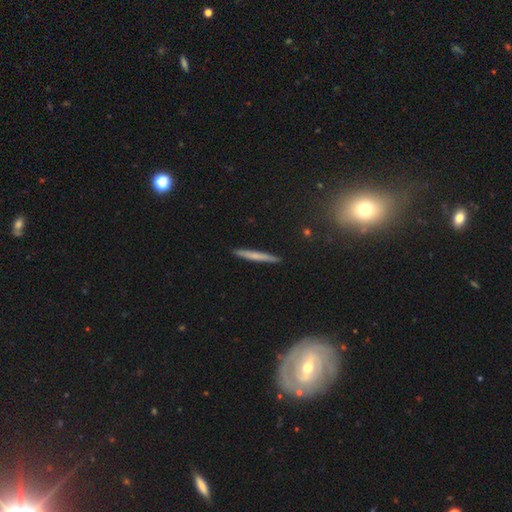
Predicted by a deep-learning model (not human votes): Smooth or featured?
  - smooth: 58% *
  - featured or disk: 35%
  - star or artifact: 7%
How rounded?
  - cigar-shaped: 96% *
  - in between: 3%
  - round: 2%
Merging?
  - none: 90% *
  - minor disturbance: 7%
  - major disturbance: 1%
  - merger: 1%